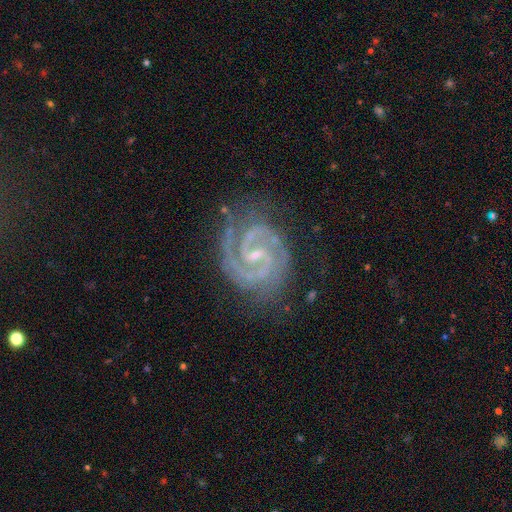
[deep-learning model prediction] This is clearly a featured or disk galaxy (93%). It is clearly not viewed edge-on (98%). Bar: possibly weak (50%). Spiral arm pattern: clearly yes (99%). Spiral arm count: clearly 2 (87%). Spiral winding: likely tight (65%). Central bulge: likely small (71%). Merging: likely none (77%).